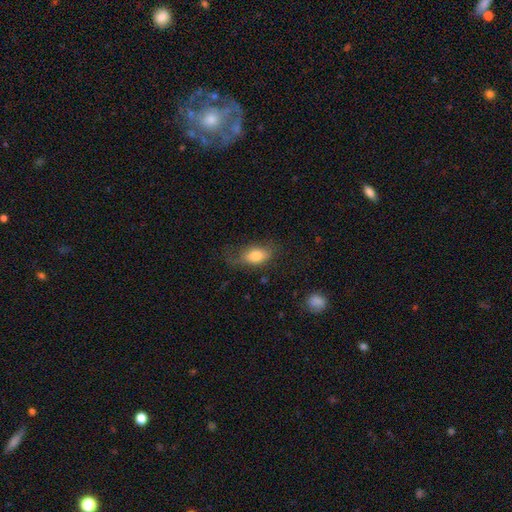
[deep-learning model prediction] smooth-or-featured: smooth: 79% | featured or disk: 14% | star or artifact: 8%
  how-rounded: in between: 88% | round: 6% | cigar-shaped: 5%
  merging: none: 54% | minor disturbance: 28% | major disturbance: 17% | merger: 2%